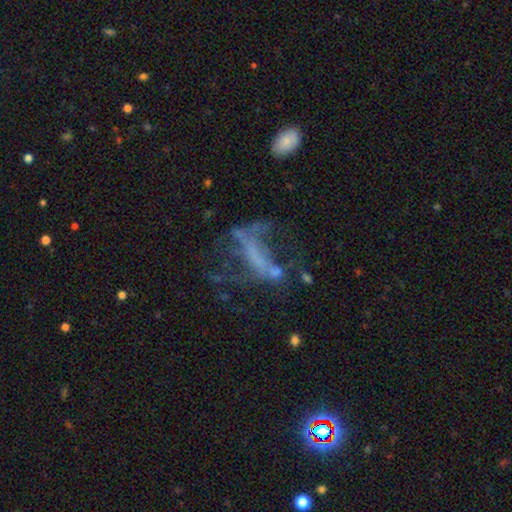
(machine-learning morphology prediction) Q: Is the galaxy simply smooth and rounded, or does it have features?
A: featured or disk — 54%.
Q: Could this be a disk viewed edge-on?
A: no — 88%.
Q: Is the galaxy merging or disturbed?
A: major disturbance — 44%.